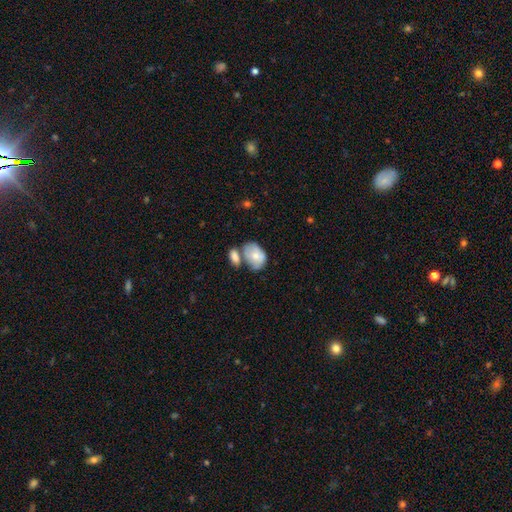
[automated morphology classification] Smooth or featured?
  - smooth: 66% *
  - featured or disk: 28%
  - star or artifact: 6%
How rounded?
  - in between: 79% *
  - round: 20%
  - cigar-shaped: 1%
Merging?
  - merger: 39% *
  - none: 31%
  - minor disturbance: 21%
  - major disturbance: 9%